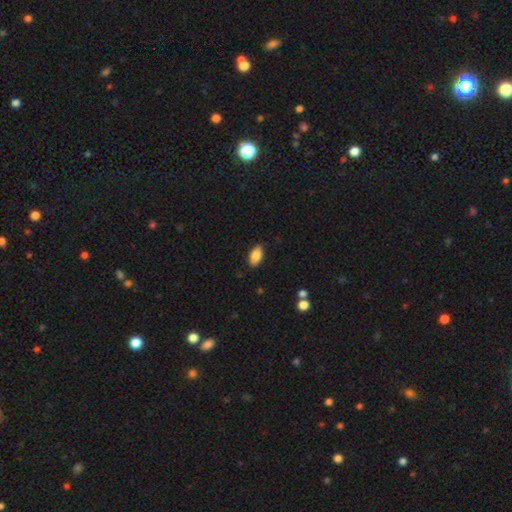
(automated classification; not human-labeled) This is clearly a smooth galaxy (85%). How rounded: clearly in between (91%). Merging: clearly none (87%).